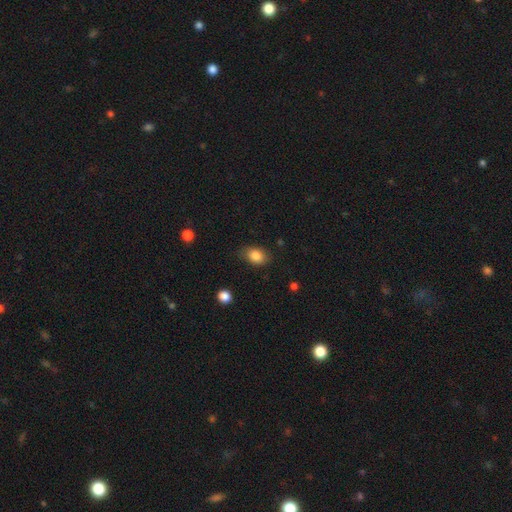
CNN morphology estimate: The model was most divided on "how rounded": in between: 78%, round: 20%, cigar-shaped: 1%. More confident: smooth or featured — smooth (85%); merging — none (77%).